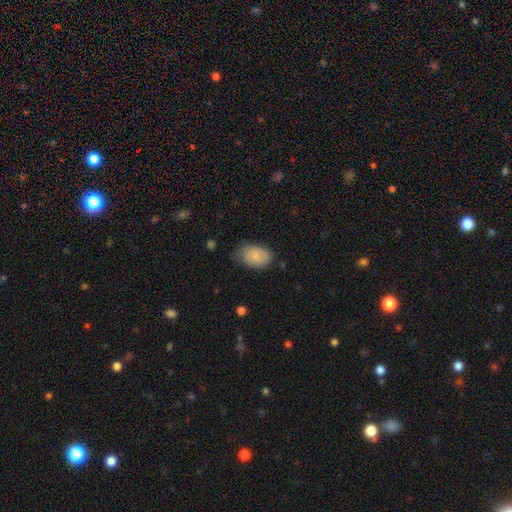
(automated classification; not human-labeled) Morphology: type=smooth (82%); roundness=in between (89%); merging=none (70%).